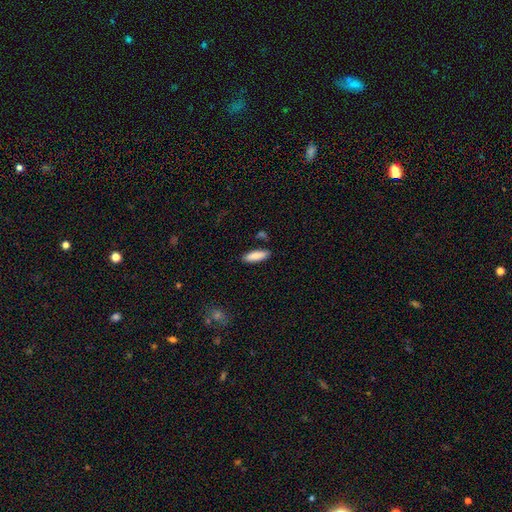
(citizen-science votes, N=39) Smooth or featured? smooth (87%)
How rounded? in between (65%)
Merging? none (92%)